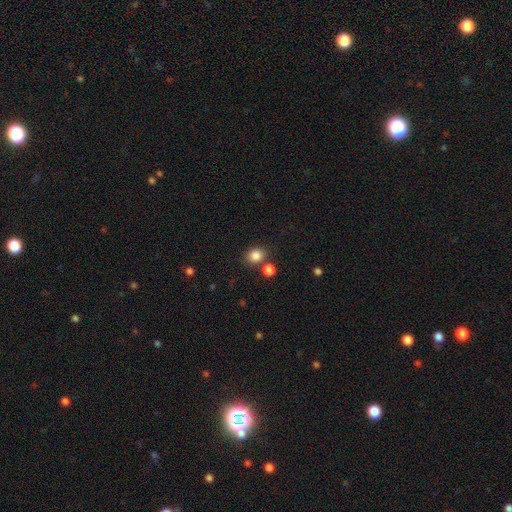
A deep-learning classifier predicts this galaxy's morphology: Smooth or featured? smooth (84%)
How rounded? round (65%)
Merging? none (71%)